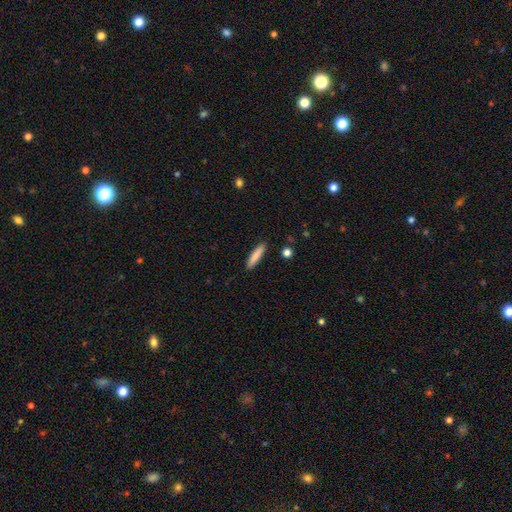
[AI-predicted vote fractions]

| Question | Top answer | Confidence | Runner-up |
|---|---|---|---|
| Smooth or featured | smooth | 84% | featured or disk (10%) |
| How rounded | cigar-shaped | 85% | in between (13%) |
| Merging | none | 90% | minor disturbance (7%) |